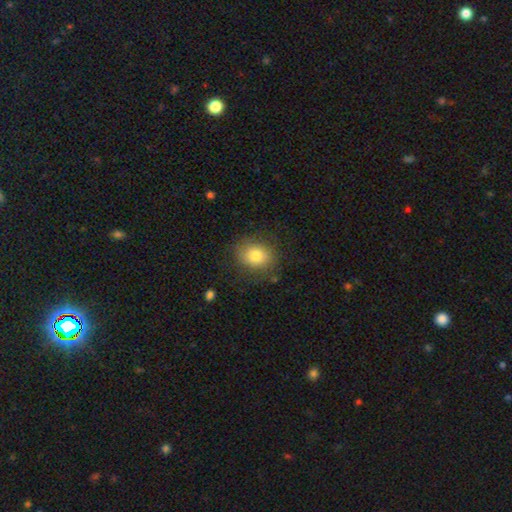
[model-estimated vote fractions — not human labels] Smooth or featured?
  - smooth: 80% *
  - featured or disk: 11%
  - star or artifact: 9%
How rounded?
  - round: 64% *
  - in between: 35%
  - cigar-shaped: 1%
Merging?
  - none: 80% *
  - minor disturbance: 14%
  - major disturbance: 6%
  - merger: 1%